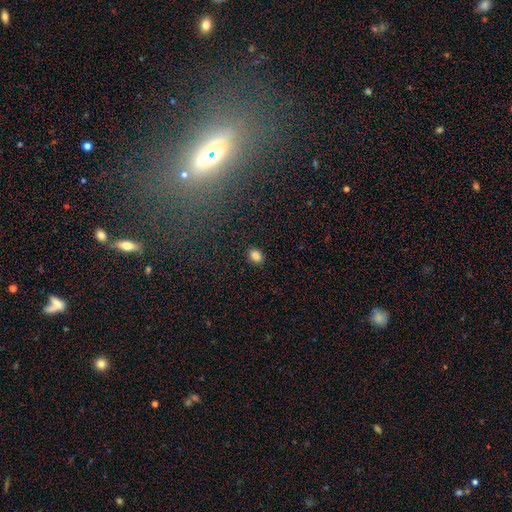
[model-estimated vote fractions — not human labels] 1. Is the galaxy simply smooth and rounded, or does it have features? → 84% smooth, 11% star or artifact, 5% featured or disk.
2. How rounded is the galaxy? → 65% in between, 34% round, 1% cigar-shaped.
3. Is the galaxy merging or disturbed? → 88% none, 8% minor disturbance, 2% major disturbance, 1% merger.